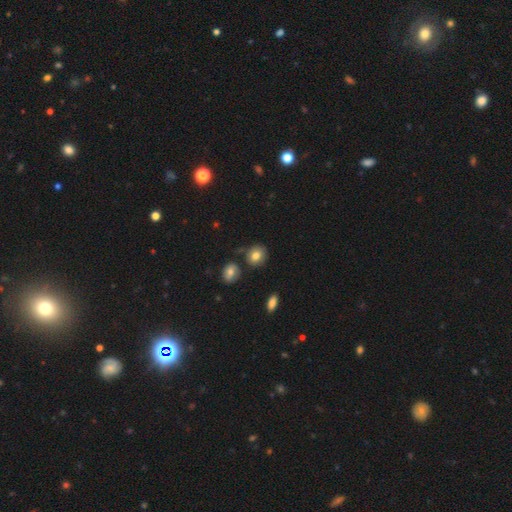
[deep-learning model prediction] Smooth or featured? Predicted: smooth (p=0.80). How rounded? Predicted: round (p=0.70). Merging? Predicted: none (p=0.73).